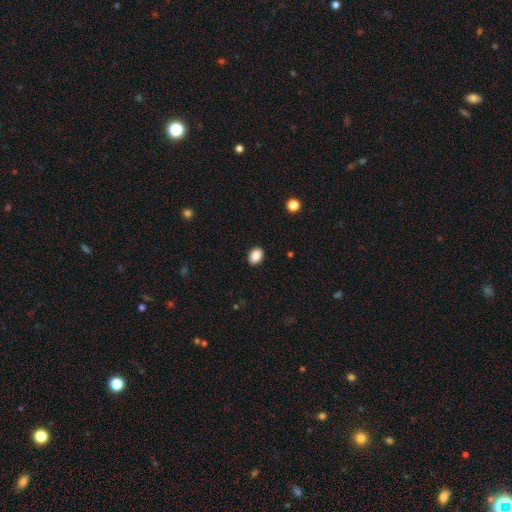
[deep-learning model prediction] Q: Smooth or featured?
A: smooth (89%); runner-up: star or artifact (8%)
Q: How rounded?
A: in between (76%); runner-up: round (23%)
Q: Merging?
A: none (90%); runner-up: minor disturbance (8%)